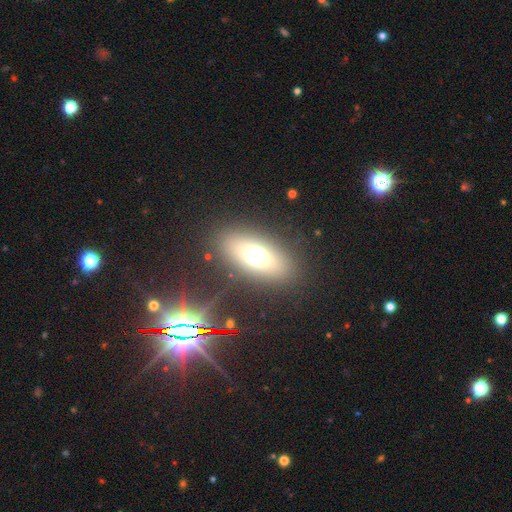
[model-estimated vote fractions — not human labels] Q: Smooth or featured?
A: smooth (60%); runner-up: featured or disk (22%)
Q: How rounded?
A: in between (79%); runner-up: cigar-shaped (11%)
Q: Merging?
A: none (85%); runner-up: minor disturbance (9%)